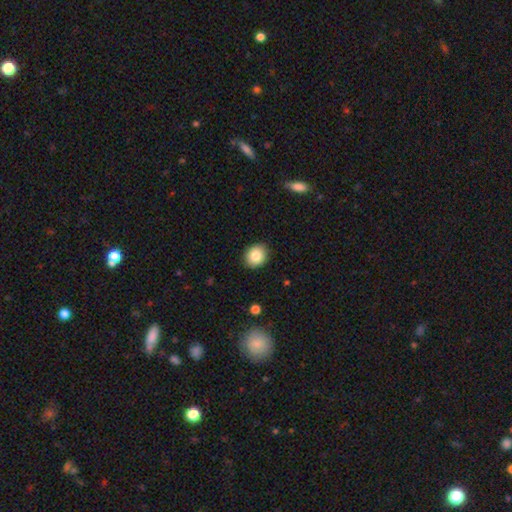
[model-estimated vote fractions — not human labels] Smooth or featured: smooth — 84% (star or artifact — 9%)
How rounded: round — 63% (in between — 36%)
Merging: none — 88% (minor disturbance — 9%)